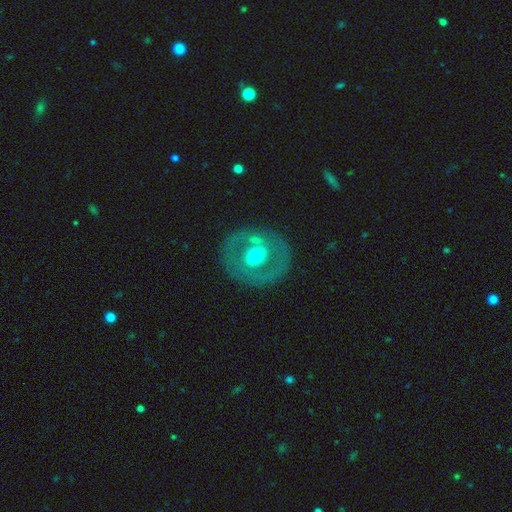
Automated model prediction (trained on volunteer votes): Morphology: type=featured or disk (61%); edge-on=no (94%); bar=no (54%); spiral arms=no (82%); bulge=moderate (71%); merging=none (78%).